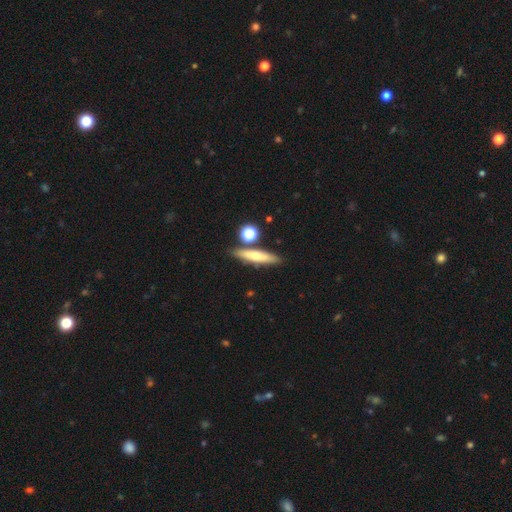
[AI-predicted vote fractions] A smooth galaxy with no disk features (58%) that is cigar-shaped (77%). Merging: none (79%).